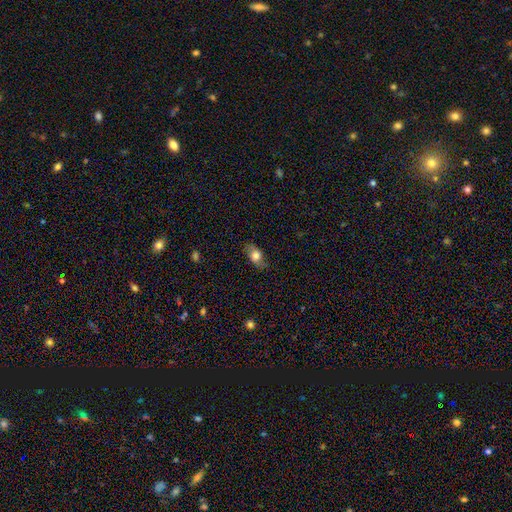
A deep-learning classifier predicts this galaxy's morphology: Overall: smooth (64%; featured or disk 28%). How rounded: in between (82%). Merging: none (76%).